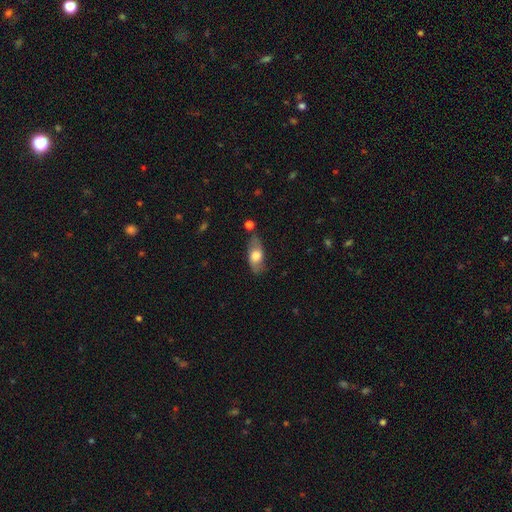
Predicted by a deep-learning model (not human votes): Smooth or featured? smooth (62%)
How rounded? in between (81%)
Merging? none (67%)